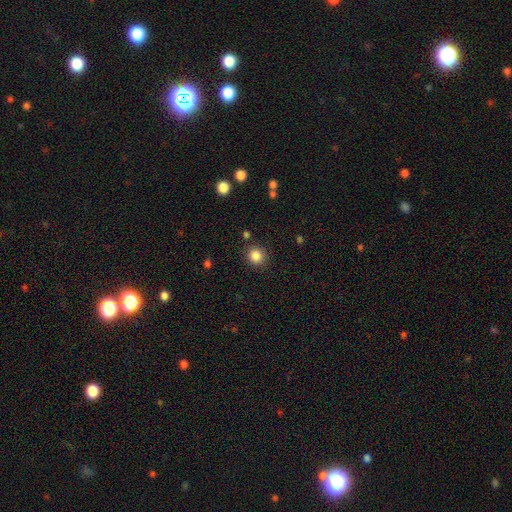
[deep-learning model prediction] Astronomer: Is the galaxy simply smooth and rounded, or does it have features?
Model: smooth — 85%.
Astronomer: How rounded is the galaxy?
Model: round — 91%.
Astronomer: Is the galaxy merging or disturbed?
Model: none — 87%.